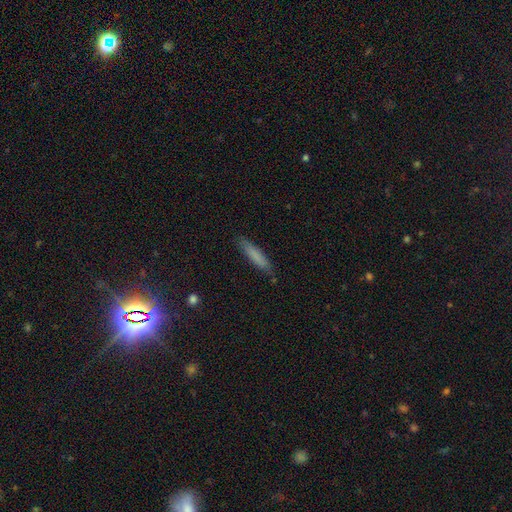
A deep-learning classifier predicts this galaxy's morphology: type=smooth (78%); roundness=cigar-shaped (87%); merging=none (84%).